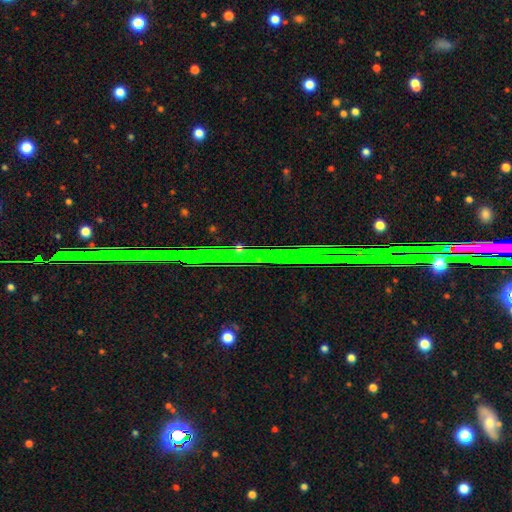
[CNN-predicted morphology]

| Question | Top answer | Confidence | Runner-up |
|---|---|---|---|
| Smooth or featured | star or artifact | 85% | featured or disk (9%) |